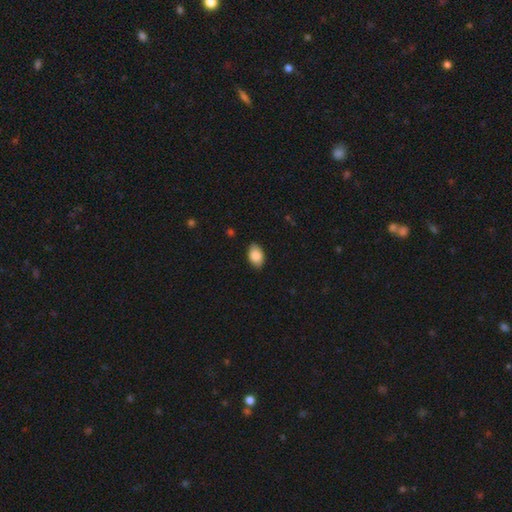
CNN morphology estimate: smooth_or_featured: smooth (p=0.87) [alt: star or artifact p=0.07]
how_rounded: in between (p=0.89) [alt: round p=0.10]
merging: none (p=0.85) [alt: minor disturbance p=0.12]